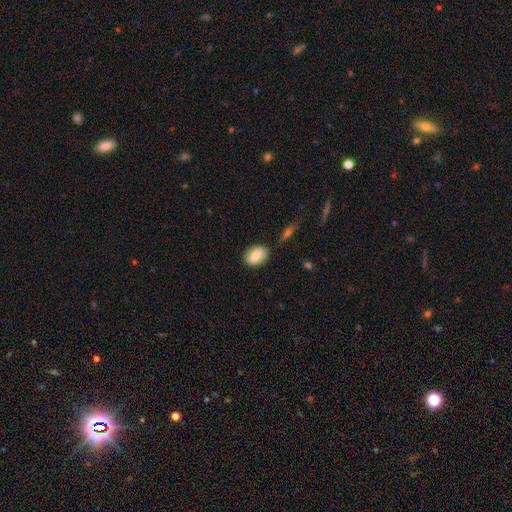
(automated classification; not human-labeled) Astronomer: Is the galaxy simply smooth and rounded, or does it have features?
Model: smooth — 79%.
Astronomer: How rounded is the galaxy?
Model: in between — 79%.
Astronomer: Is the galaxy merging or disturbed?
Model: none — 80%.